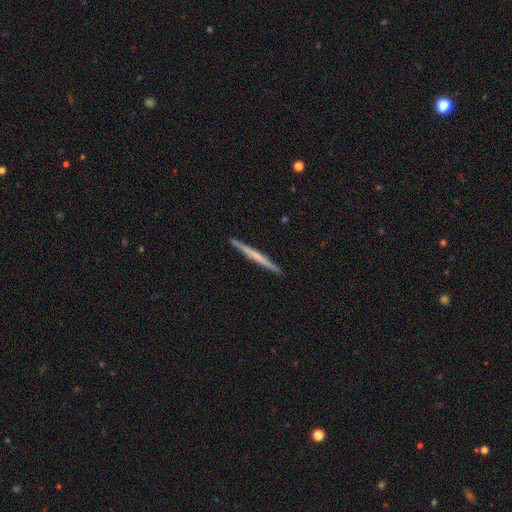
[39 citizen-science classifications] Smooth or featured: featured or disk — 67% (smooth — 31%)
Edge-on disk: yes — 100%
Edge-on bulge: none — 81% (rounded — 19%)
Merging: none — 100%